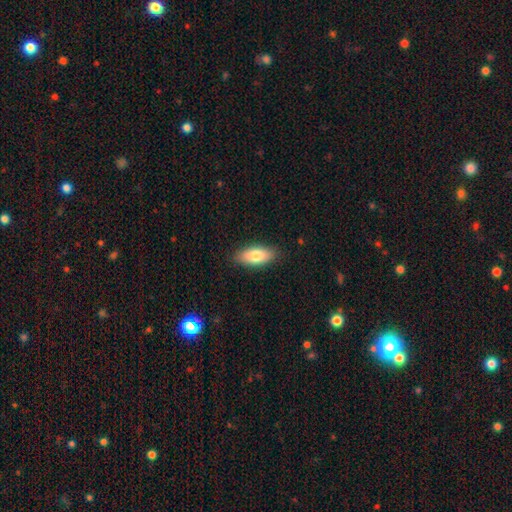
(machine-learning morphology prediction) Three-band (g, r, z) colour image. It shows a smooth galaxy with no disk features (79%) that is in between round and cigar-shaped (82%). Merging: none (87%).